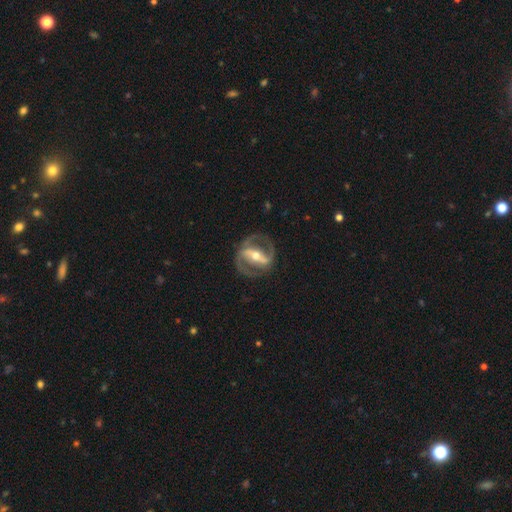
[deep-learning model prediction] Smooth or featured? featured or disk (88%)
Edge-on disk? no (94%)
Bar? strong (70%)
Spiral arms? yes (88%)
Spiral winding? medium (53%)
Spiral arm count? 2 (90%)
Bulge size? moderate (67%)
Merging? none (80%)